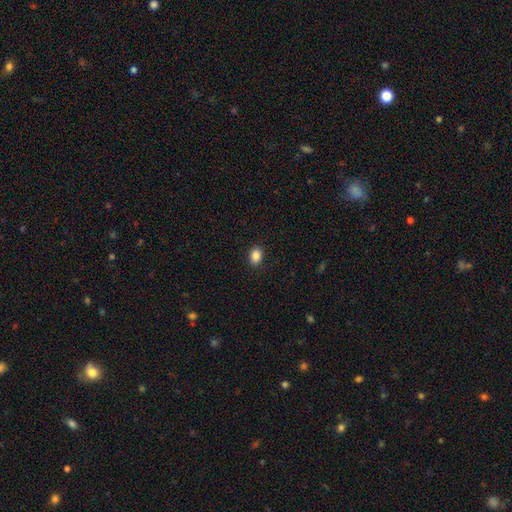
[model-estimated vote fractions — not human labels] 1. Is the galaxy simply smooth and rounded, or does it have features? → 87% smooth, 9% star or artifact, 4% featured or disk.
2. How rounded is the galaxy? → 70% in between, 29% round, 1% cigar-shaped.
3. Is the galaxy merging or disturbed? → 90% none, 7% minor disturbance, 2% major disturbance, 1% merger.